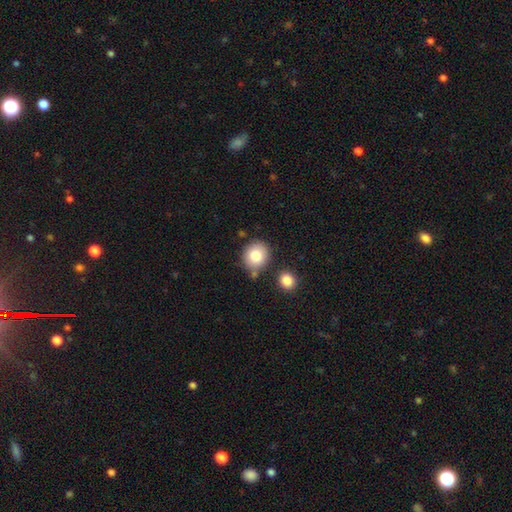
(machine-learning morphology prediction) A smooth galaxy with no disk features (81%) that is round (83%).

Vote fractions:
- Smooth or featured? smooth: 81% / featured or disk: 10% / star or artifact: 9%
- How rounded? round: 83% / in between: 16% / cigar-shaped: 1%
- Merging? none: 74% / merger: 12% / minor disturbance: 11% / major disturbance: 3%